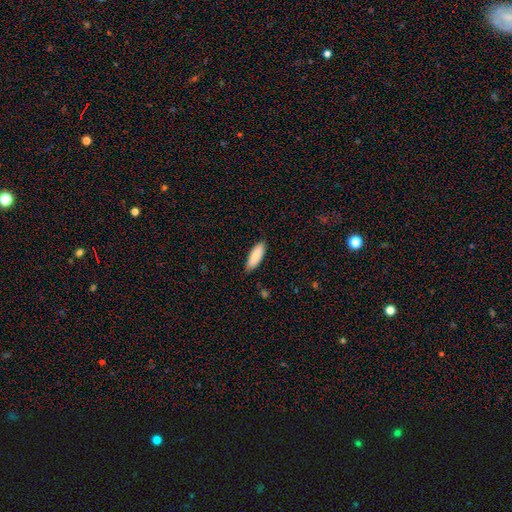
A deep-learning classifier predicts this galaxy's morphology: Q: Smooth or featured?
A: smooth (87%); runner-up: featured or disk (8%)
Q: How rounded?
A: in between (63%); runner-up: cigar-shaped (36%)
Q: Merging?
A: none (85%); runner-up: minor disturbance (12%)